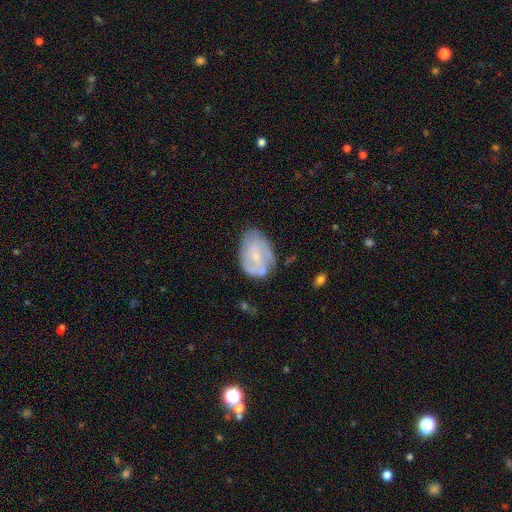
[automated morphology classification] type=featured or disk (57%); edge-on=no (96%); bar=no (57%); spiral arms=yes (59%); bulge=small (68%); merging=none (54%).